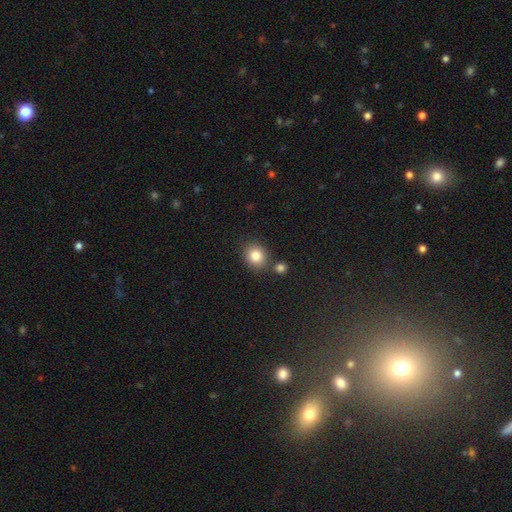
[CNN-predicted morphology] The model was most divided on "how rounded": round: 77%, in between: 23%, cigar-shaped: 1%. More confident: smooth or featured — smooth (83%); merging — none (75%).